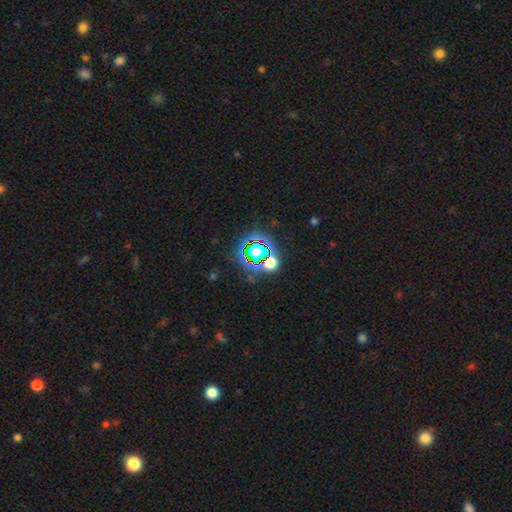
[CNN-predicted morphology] The model was most divided on "smooth or featured": star or artifact: 79%, smooth: 13%, featured or disk: 8%.